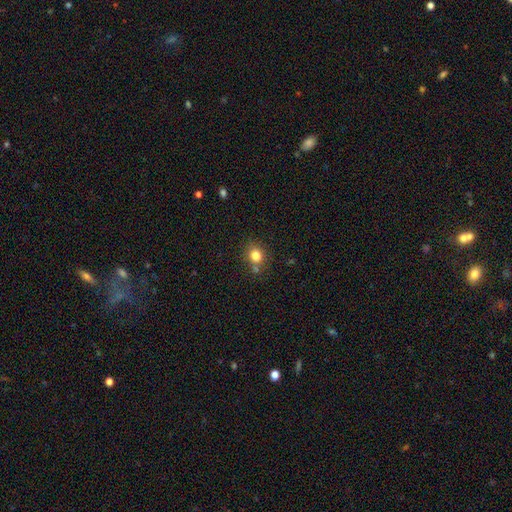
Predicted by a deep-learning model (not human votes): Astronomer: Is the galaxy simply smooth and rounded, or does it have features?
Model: smooth — 81%.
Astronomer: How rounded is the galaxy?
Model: round — 68%.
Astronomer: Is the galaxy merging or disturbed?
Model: none — 70%.